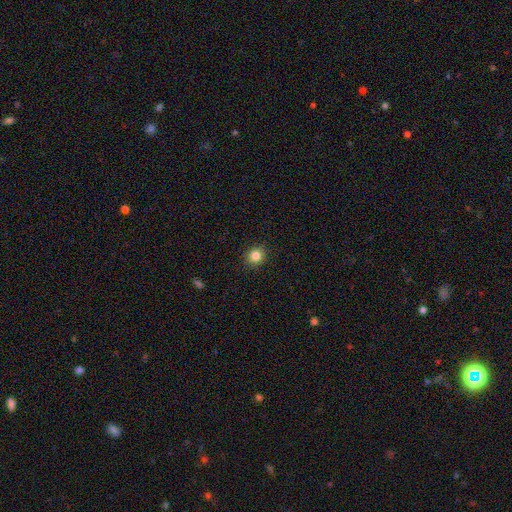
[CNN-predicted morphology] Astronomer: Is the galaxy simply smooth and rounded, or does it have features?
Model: smooth — 84%.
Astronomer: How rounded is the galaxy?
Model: round — 79%.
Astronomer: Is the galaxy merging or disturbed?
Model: none — 91%.